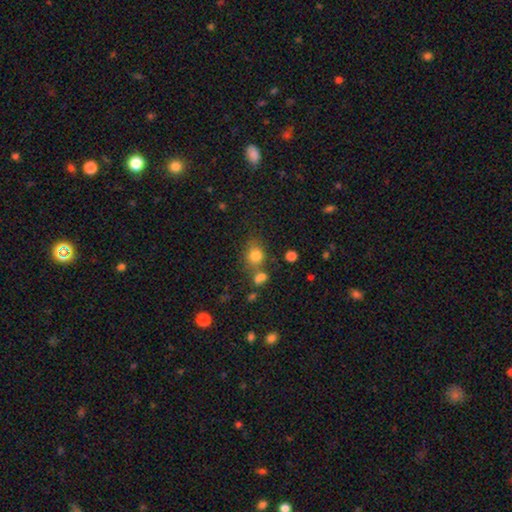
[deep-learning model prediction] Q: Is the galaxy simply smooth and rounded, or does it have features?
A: smooth — 79%.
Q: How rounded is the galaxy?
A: round — 68%.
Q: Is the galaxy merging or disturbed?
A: none — 59%.